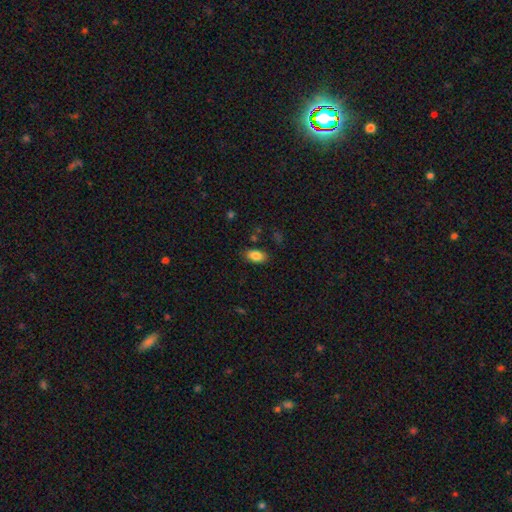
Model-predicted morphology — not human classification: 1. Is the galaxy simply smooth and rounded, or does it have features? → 86% smooth, 8% star or artifact, 6% featured or disk.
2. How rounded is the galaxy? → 91% in between, 5% round, 3% cigar-shaped.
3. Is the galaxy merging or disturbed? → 82% none, 13% minor disturbance, 3% major disturbance, 2% merger.